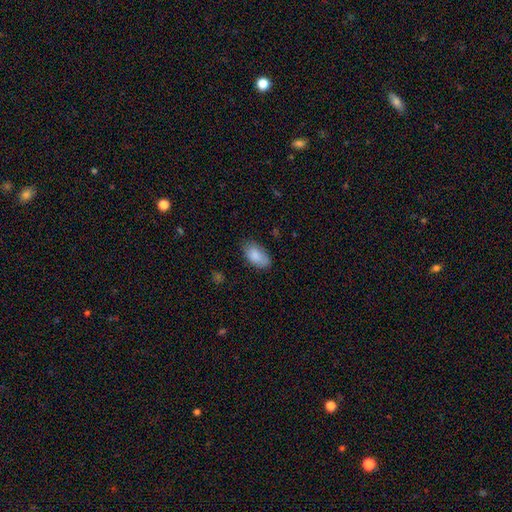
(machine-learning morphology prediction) This is clearly a smooth galaxy (85%). How rounded: clearly in between (94%). Merging: likely none (74%).